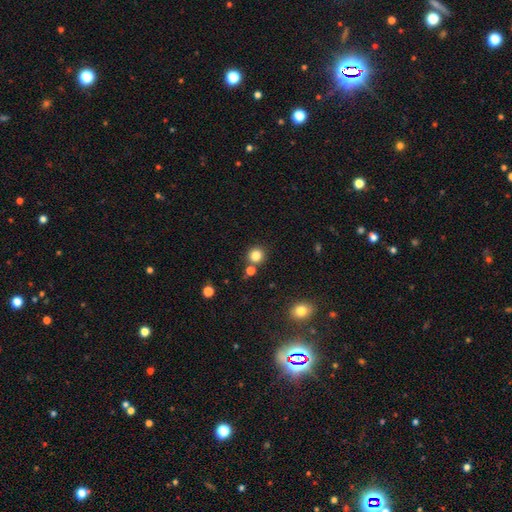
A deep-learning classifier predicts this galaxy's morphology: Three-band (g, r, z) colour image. It shows a smooth galaxy with no disk features (83%) that is round (91%). Merging: none (79%).